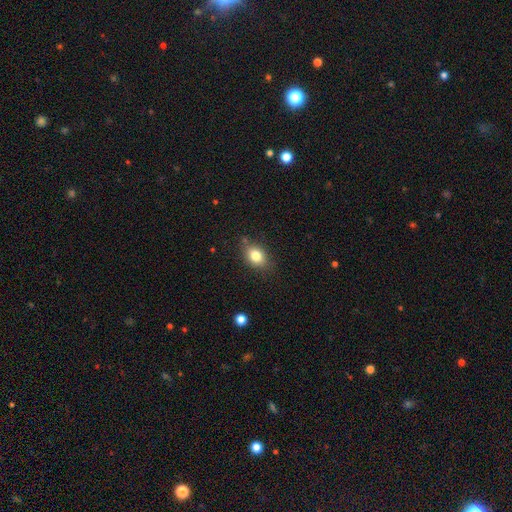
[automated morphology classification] Smooth or featured: smooth — 81% (star or artifact — 10%)
How rounded: in between — 73% (round — 25%)
Merging: none — 79% (minor disturbance — 15%)